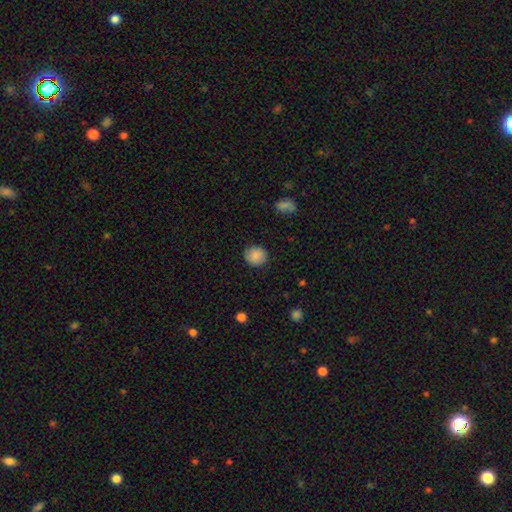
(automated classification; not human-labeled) Overall: smooth (86%). How rounded: round (83%). Merging: none (88%).